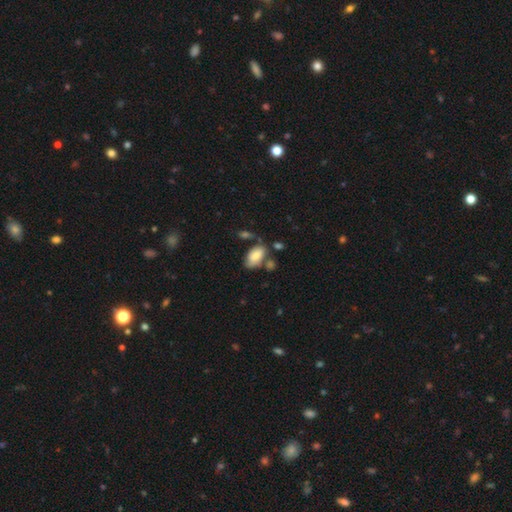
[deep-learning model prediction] The model was most divided on "merging": none: 52%, minor disturbance: 23%, merger: 17%, major disturbance: 8%. More confident: how rounded — in between (94%); smooth or featured — smooth (82%).